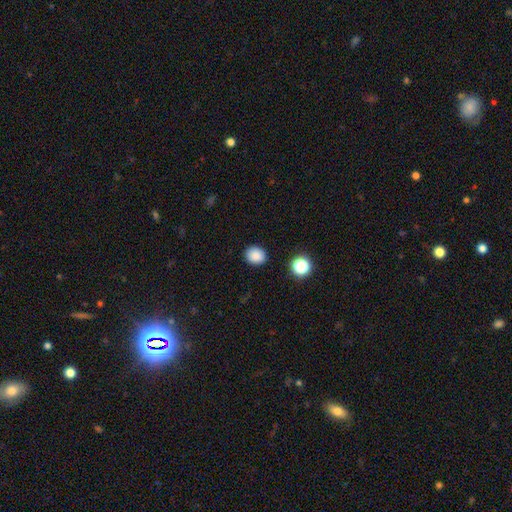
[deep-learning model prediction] The model was most divided on "how rounded": round: 63%, in between: 36%, cigar-shaped: 1%. More confident: merging — none (88%); smooth or featured — smooth (85%).